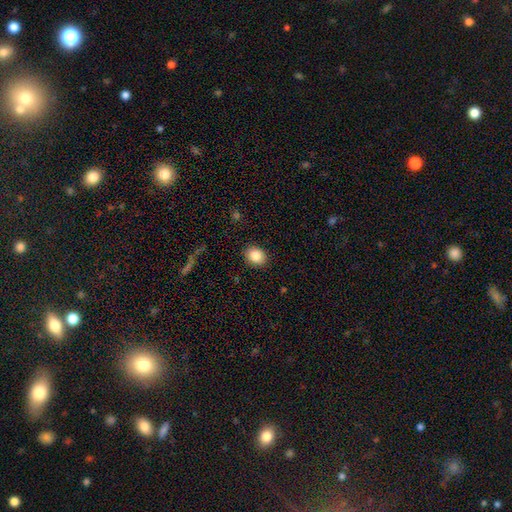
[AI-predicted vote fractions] smooth 86%, star or artifact 9%, featured or disk 5%. Down the decision tree: how rounded — round (51%); merging — none (89%).